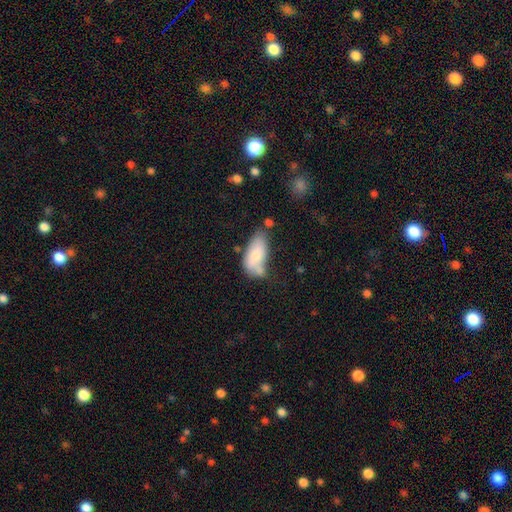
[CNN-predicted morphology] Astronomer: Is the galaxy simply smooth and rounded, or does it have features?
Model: smooth — 74%.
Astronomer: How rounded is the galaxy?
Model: in between — 88%.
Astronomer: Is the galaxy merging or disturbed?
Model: none — 42% (runner-up: minor disturbance, 28%).